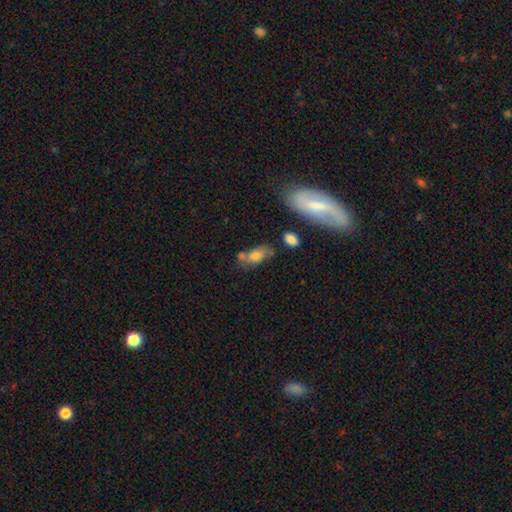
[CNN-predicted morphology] type=smooth (72%); roundness=in between (83%); merging=none (44%).